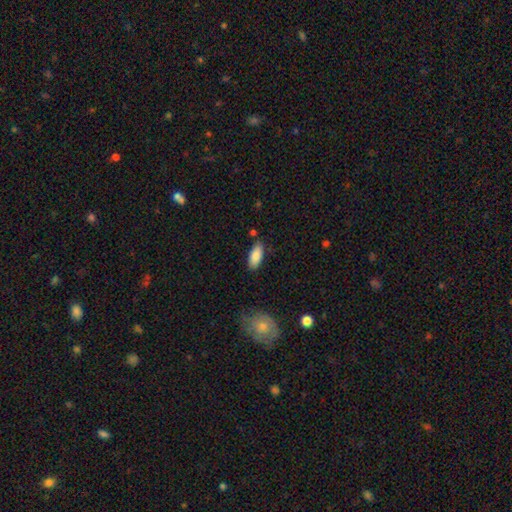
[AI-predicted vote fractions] A smooth galaxy with no disk features (86%) that is in between round and cigar-shaped (87%).

Vote fractions:
- Smooth or featured? smooth: 86% / featured or disk: 8% / star or artifact: 6%
- How rounded? in between: 87% / cigar-shaped: 11% / round: 2%
- Merging? none: 81% / minor disturbance: 13% / merger: 3% / major disturbance: 3%